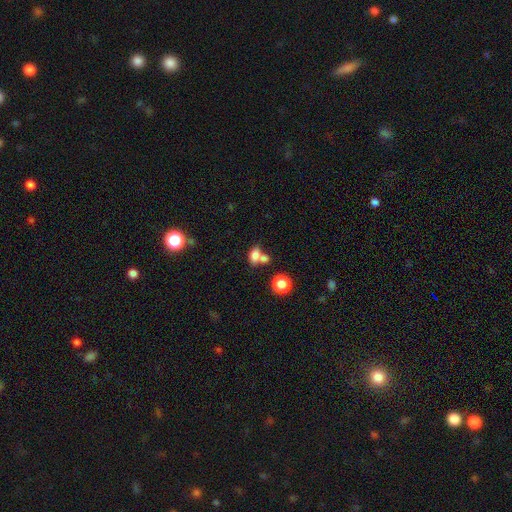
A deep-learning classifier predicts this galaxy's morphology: A smooth galaxy with no disk features (76%) that is in between round and cigar-shaped (76%).

Vote fractions:
- Smooth or featured? smooth: 76% / star or artifact: 13% / featured or disk: 12%
- How rounded? in between: 76% / round: 21% / cigar-shaped: 3%
- Merging? merger: 48% / none: 36% / minor disturbance: 11% / major disturbance: 5%